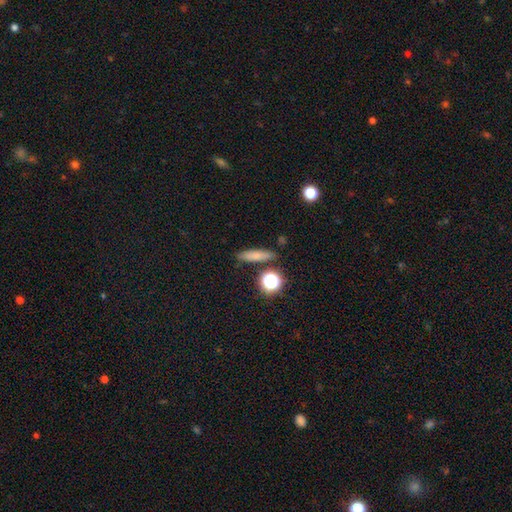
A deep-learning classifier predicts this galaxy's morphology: type=smooth (71%); roundness=cigar-shaped (67%); merging=none (82%).